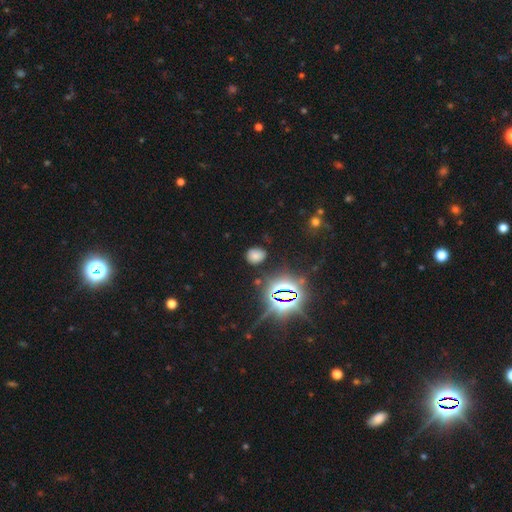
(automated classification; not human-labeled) Smooth or featured: smooth — 63% (star or artifact — 29%)
How rounded: in between — 51% (round — 48%)
Merging: none — 82% (minor disturbance — 12%)